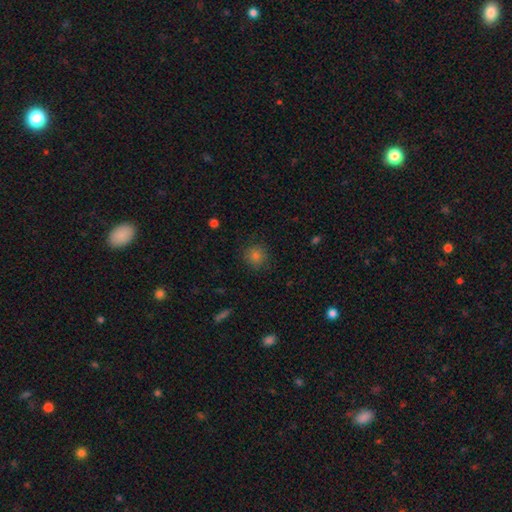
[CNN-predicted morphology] This is likely a smooth galaxy (76%). How rounded: clearly round (92%). Merging: clearly none (88%).